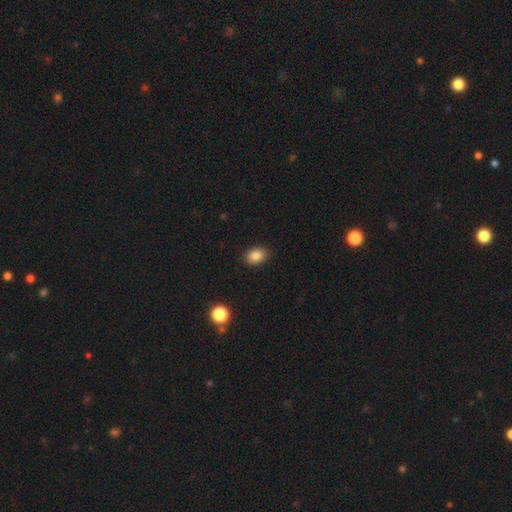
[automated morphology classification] smooth-or-featured: smooth: 85% | star or artifact: 10% | featured or disk: 5%
  how-rounded: in between: 75% | round: 24% | cigar-shaped: 1%
  merging: none: 88% | minor disturbance: 9% | major disturbance: 2% | merger: 1%